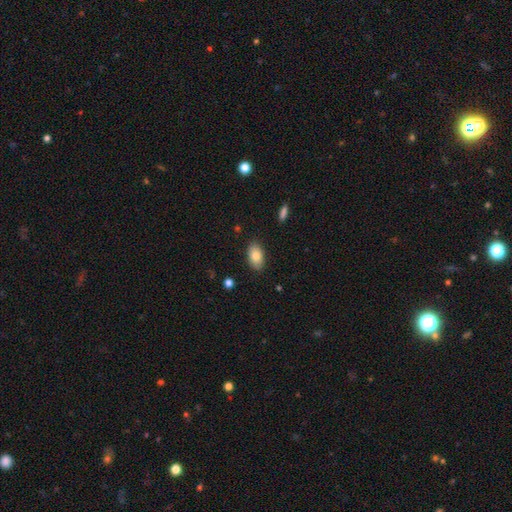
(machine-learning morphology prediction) This appears to be a smooth galaxy with no disk features (81%) that is in between round and cigar-shaped (93%). Merging: none (87%).